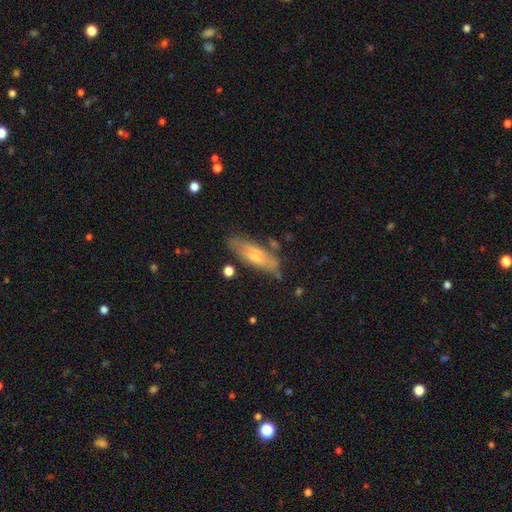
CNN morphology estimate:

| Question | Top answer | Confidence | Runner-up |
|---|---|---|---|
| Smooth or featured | smooth | 53% | featured or disk (40%) |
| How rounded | in between | 56% | cigar-shaped (42%) |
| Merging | none | 67% | minor disturbance (21%) |